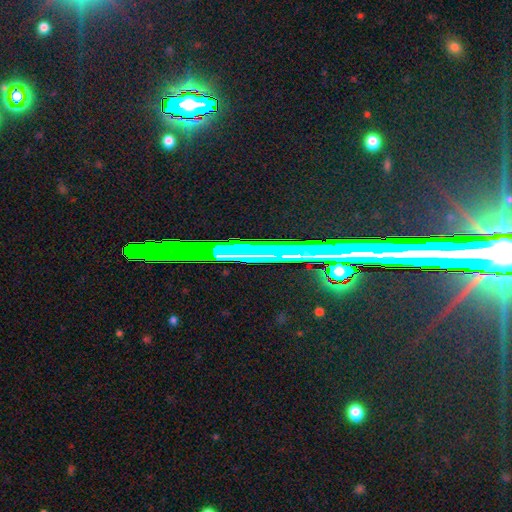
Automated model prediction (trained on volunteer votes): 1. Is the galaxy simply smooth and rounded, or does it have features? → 78% star or artifact, 13% featured or disk, 8% smooth.